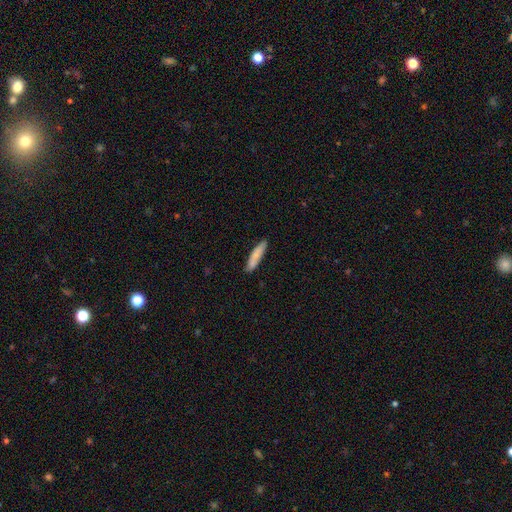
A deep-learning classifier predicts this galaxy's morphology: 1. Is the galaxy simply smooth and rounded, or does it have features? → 80% smooth, 14% featured or disk, 6% star or artifact.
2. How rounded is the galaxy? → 82% cigar-shaped, 17% in between, 1% round.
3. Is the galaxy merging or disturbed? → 84% none, 12% minor disturbance, 2% major disturbance, 2% merger.